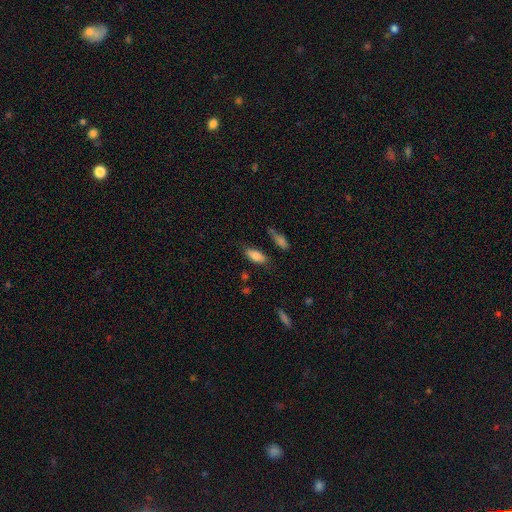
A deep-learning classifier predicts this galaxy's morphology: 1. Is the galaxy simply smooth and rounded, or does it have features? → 81% smooth, 11% featured or disk, 8% star or artifact.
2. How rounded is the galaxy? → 84% in between, 13% cigar-shaped, 2% round.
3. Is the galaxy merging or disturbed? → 71% none, 18% minor disturbance, 5% merger, 5% major disturbance.